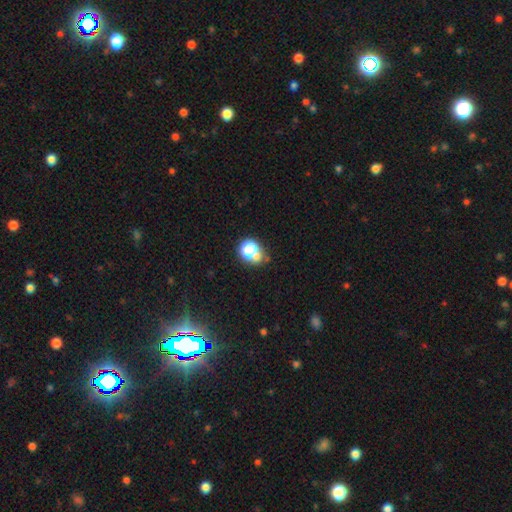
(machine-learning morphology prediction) This is possibly a smooth galaxy (57%). How rounded: likely round (71%). Merging: possibly none (54%).